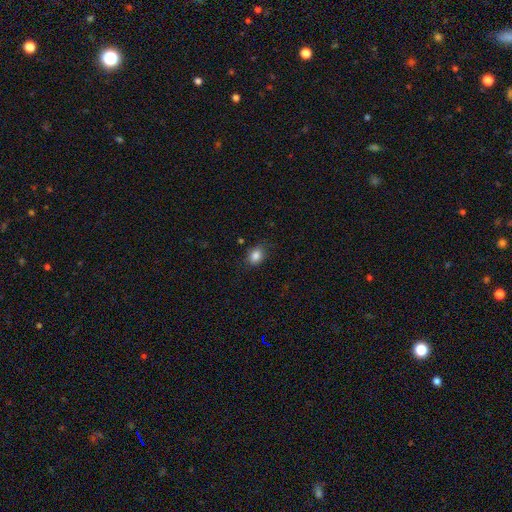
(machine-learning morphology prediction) Smooth or featured? smooth (85%)
How rounded? in between (63%)
Merging? none (81%)